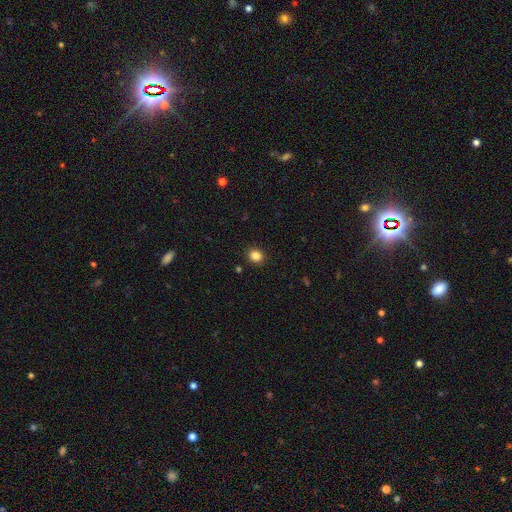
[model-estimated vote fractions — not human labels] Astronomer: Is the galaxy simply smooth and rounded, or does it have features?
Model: smooth — 85%.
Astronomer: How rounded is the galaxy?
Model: round — 66%.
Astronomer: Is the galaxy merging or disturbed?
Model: none — 90%.